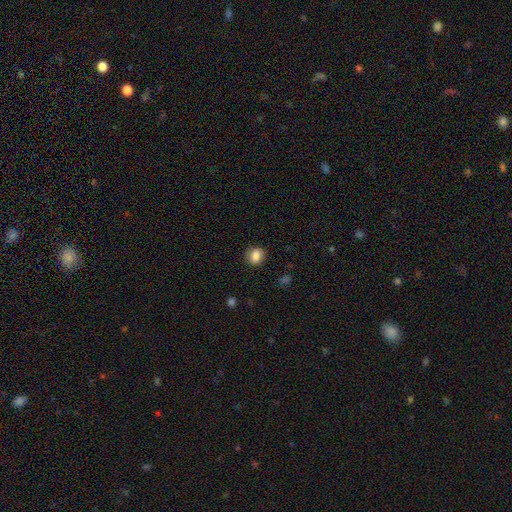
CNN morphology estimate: type=smooth (85%); roundness=round (67%); merging=none (84%).